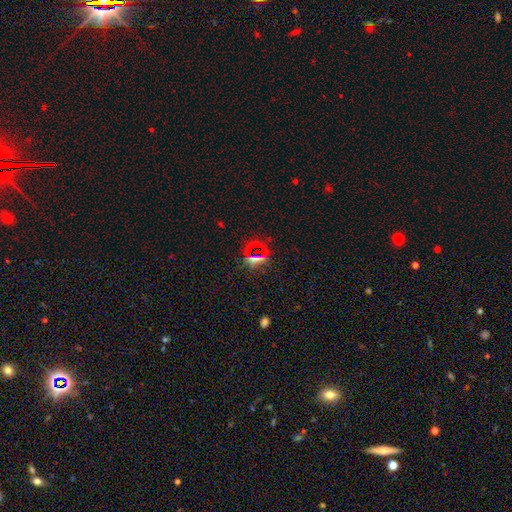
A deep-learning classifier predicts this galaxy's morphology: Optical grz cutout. It shows a star or artifact, not a galaxy (58%).